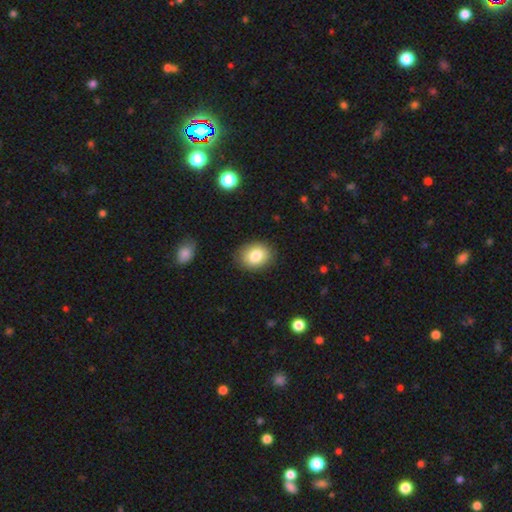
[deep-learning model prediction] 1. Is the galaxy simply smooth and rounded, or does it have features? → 83% smooth, 9% star or artifact, 9% featured or disk.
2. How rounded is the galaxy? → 53% in between, 46% round, 1% cigar-shaped.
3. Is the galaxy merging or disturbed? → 86% none, 10% minor disturbance, 3% major disturbance, 1% merger.